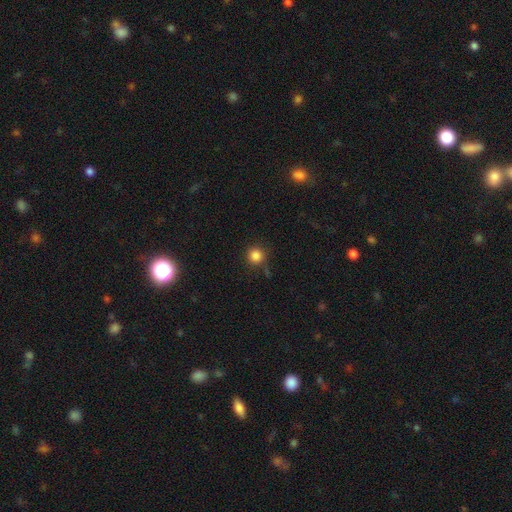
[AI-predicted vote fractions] A smooth galaxy with no disk features (84%) that is round (95%). Merging: none (84%).